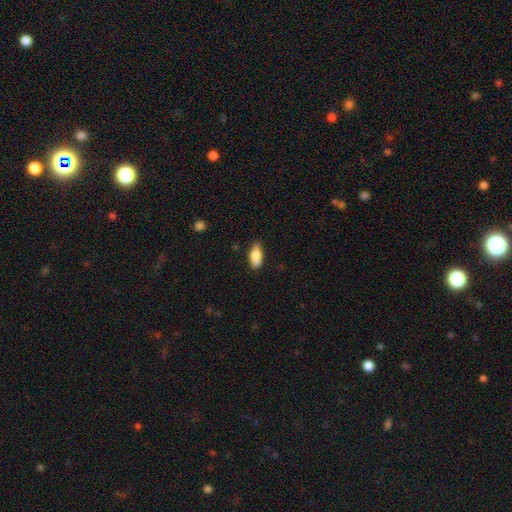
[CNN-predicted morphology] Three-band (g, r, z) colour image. It shows a smooth galaxy with no disk features (74%) that is in between round and cigar-shaped (78%). Merging: none (67%).